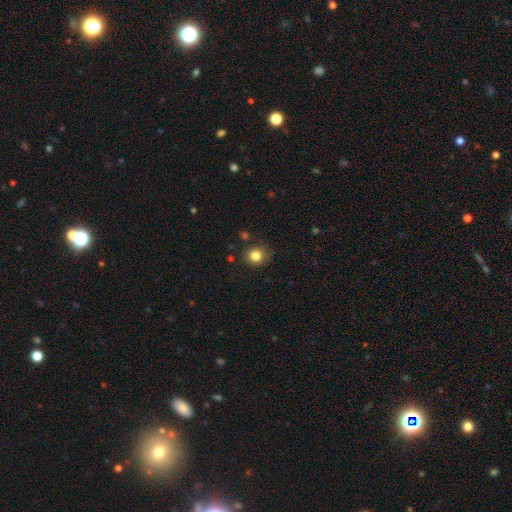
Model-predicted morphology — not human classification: smooth 83%, star or artifact 11%, featured or disk 6%. Down the decision tree: how rounded — round (83%); merging — none (83%).